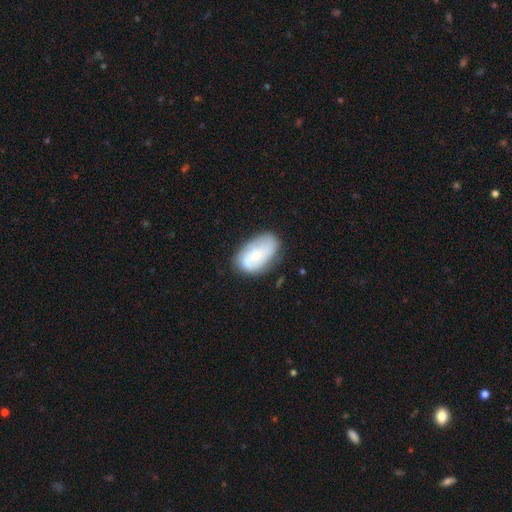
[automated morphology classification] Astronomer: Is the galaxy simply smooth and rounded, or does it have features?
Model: smooth — 48% (runner-up: featured or disk, 45%).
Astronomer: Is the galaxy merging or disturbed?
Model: none — 63%.